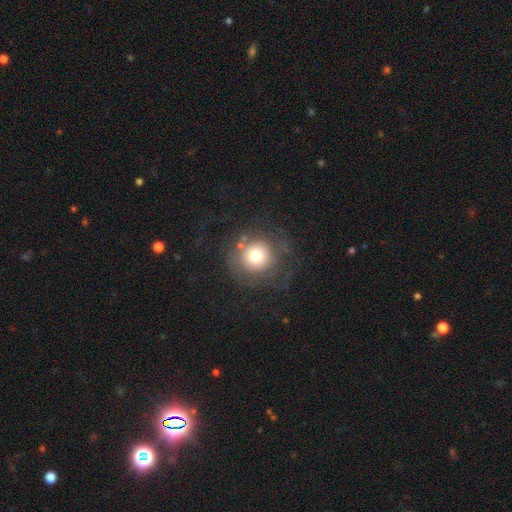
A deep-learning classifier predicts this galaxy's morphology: Smooth or featured? smooth (63%)
How rounded? round (92%)
Merging? none (68%)